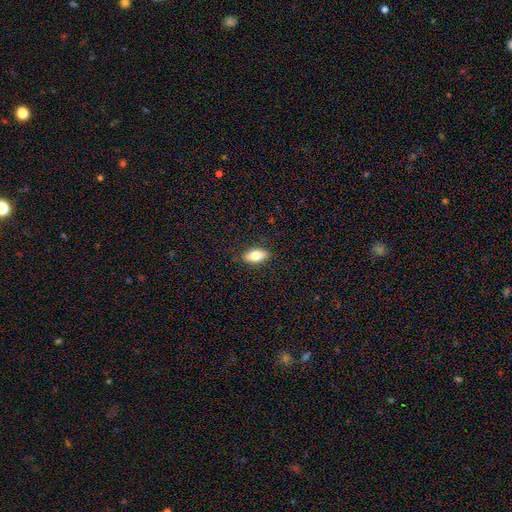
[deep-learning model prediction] Q: Smooth or featured?
A: smooth (73%); runner-up: featured or disk (19%)
Q: How rounded?
A: in between (84%); runner-up: cigar-shaped (11%)
Q: Merging?
A: none (87%); runner-up: minor disturbance (10%)